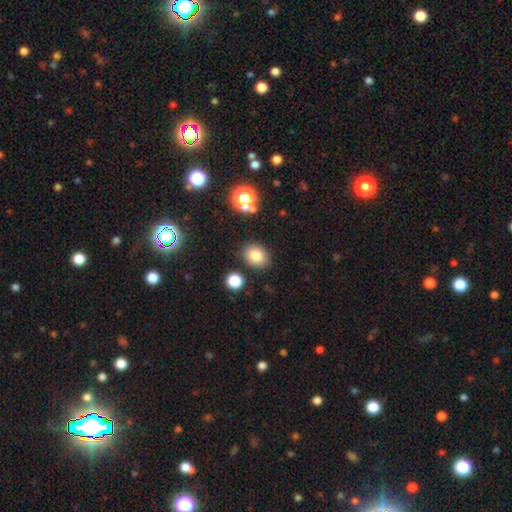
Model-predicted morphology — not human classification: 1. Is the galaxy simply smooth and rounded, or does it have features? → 80% smooth, 12% star or artifact, 8% featured or disk.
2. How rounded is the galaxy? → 54% in between, 45% round, 1% cigar-shaped.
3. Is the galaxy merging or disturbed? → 83% none, 10% minor disturbance, 4% merger, 3% major disturbance.